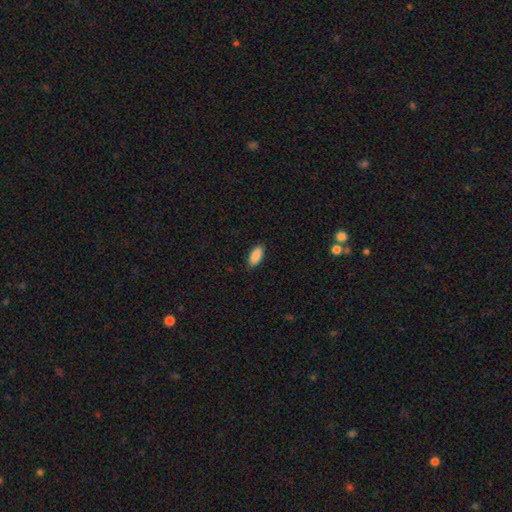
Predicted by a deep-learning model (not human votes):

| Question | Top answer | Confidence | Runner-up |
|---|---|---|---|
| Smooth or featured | smooth | 90% | star or artifact (6%) |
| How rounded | in between | 91% | cigar-shaped (7%) |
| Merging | none | 86% | minor disturbance (11%) |